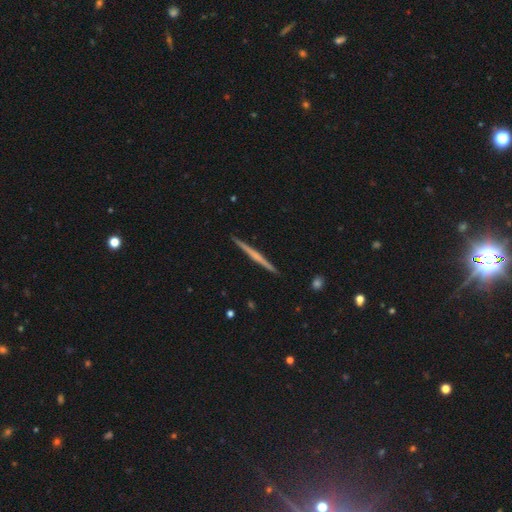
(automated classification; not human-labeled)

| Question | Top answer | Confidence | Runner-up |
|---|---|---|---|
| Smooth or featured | featured or disk | 66% | smooth (29%) |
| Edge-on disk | yes | 98% | no (2%) |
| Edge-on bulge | none | 66% | rounded (26%) |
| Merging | none | 93% | minor disturbance (5%) |